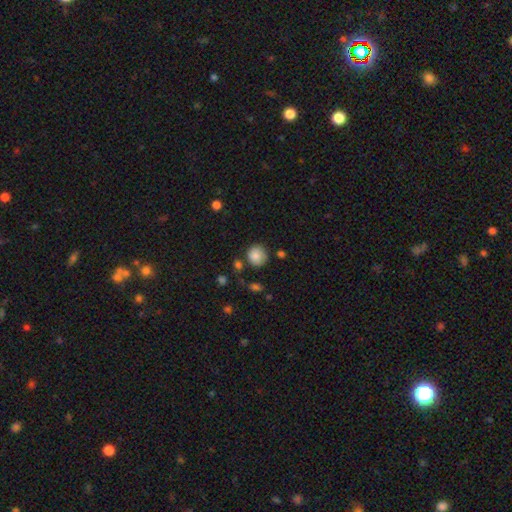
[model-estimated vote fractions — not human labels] A smooth galaxy with no disk features (85%) that is round (88%).

Vote fractions:
- Smooth or featured? smooth: 85% / star or artifact: 9% / featured or disk: 6%
- How rounded? round: 88% / in between: 11% / cigar-shaped: 1%
- Merging? none: 76% / minor disturbance: 16% / merger: 5% / major disturbance: 4%